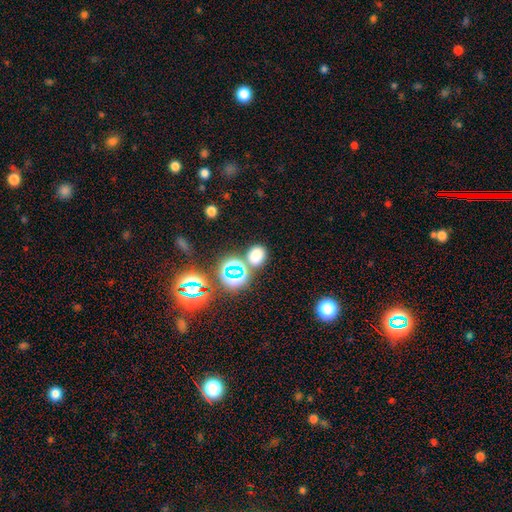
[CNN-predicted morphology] Q: Smooth or featured?
A: smooth (70%); runner-up: star or artifact (24%)
Q: How rounded?
A: round (54%); runner-up: in between (45%)
Q: Merging?
A: none (74%); runner-up: merger (12%)